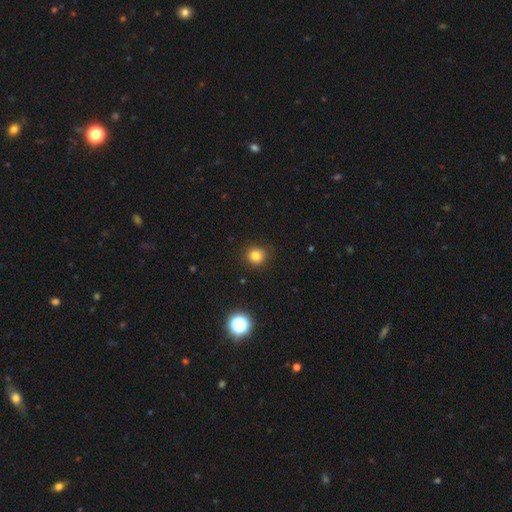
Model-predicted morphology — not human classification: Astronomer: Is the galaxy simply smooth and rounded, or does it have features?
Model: smooth — 81%.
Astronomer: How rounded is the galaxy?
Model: round — 91%.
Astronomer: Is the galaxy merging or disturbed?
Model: none — 90%.